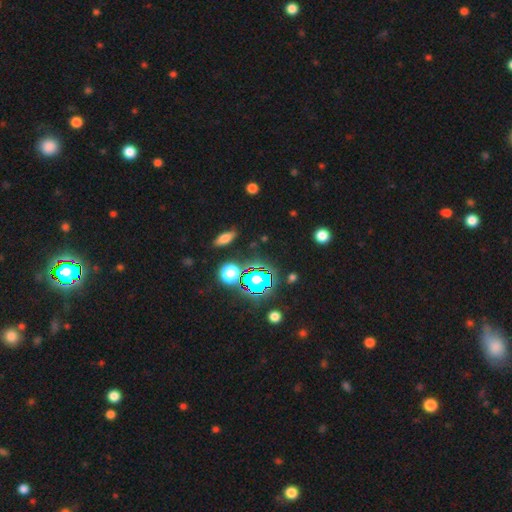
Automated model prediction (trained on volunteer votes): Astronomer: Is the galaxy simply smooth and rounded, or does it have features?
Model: star or artifact — 76%.